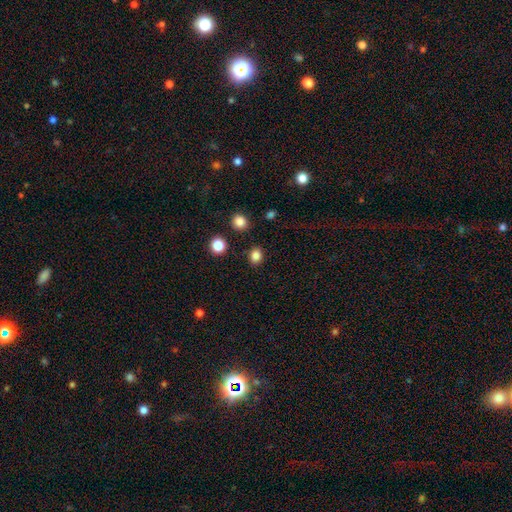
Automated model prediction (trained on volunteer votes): Smooth or featured? smooth (84%)
How rounded? round (59%)
Merging? none (86%)